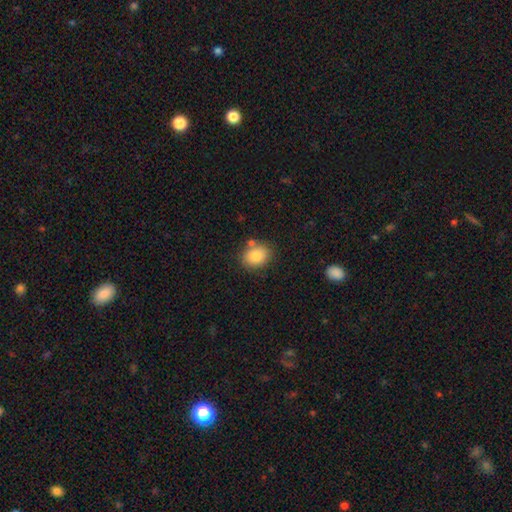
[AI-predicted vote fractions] Smooth or featured?
  - smooth: 85% *
  - star or artifact: 8%
  - featured or disk: 7%
How rounded?
  - in between: 59% *
  - round: 40%
  - cigar-shaped: 1%
Merging?
  - none: 77% *
  - minor disturbance: 13%
  - merger: 7%
  - major disturbance: 3%